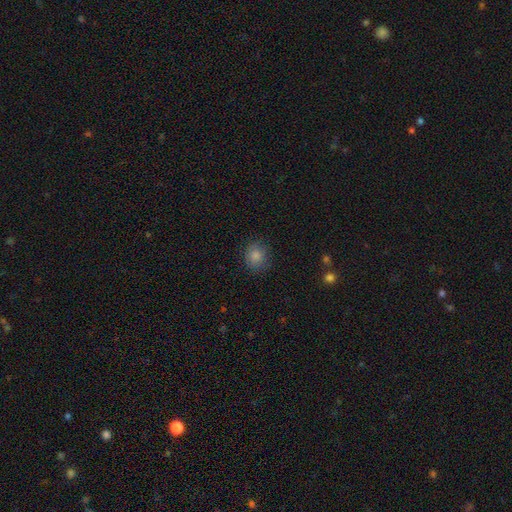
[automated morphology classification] This is clearly a smooth galaxy (84%). How rounded: likely round (74%). Merging: clearly none (85%).